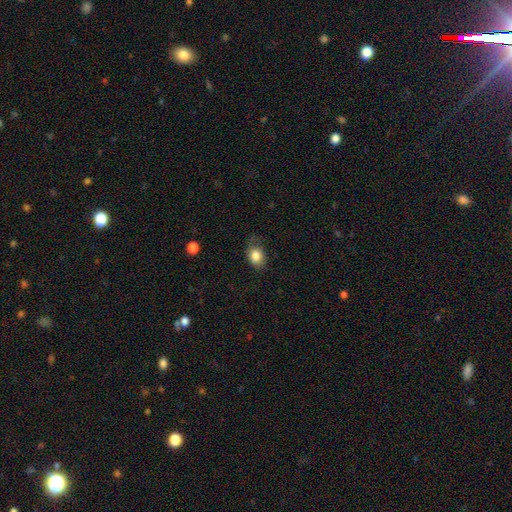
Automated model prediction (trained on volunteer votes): smooth_or_featured: smooth (p=0.84) [alt: star or artifact p=0.09]
how_rounded: in between (p=0.69) [alt: round p=0.30]
merging: none (p=0.64) [alt: minor disturbance p=0.26]